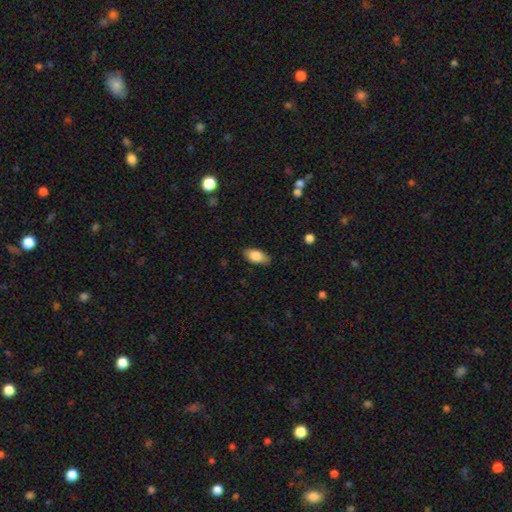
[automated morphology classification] smooth 83%, featured or disk 10%, star or artifact 7%. Down the decision tree: how rounded — in between (90%); merging — none (83%).